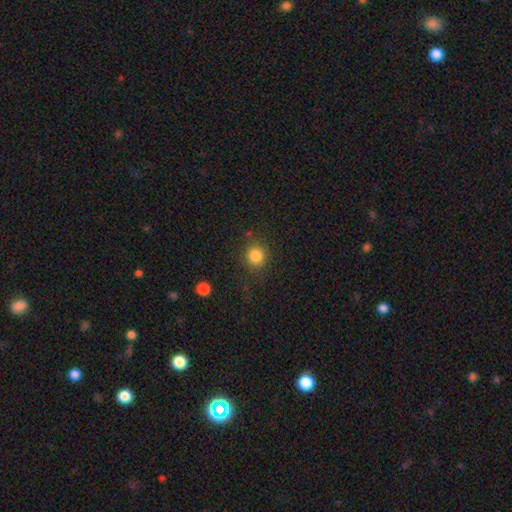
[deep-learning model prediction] smooth 84%, star or artifact 11%, featured or disk 5%. Down the decision tree: how rounded — round (89%); merging — none (83%).